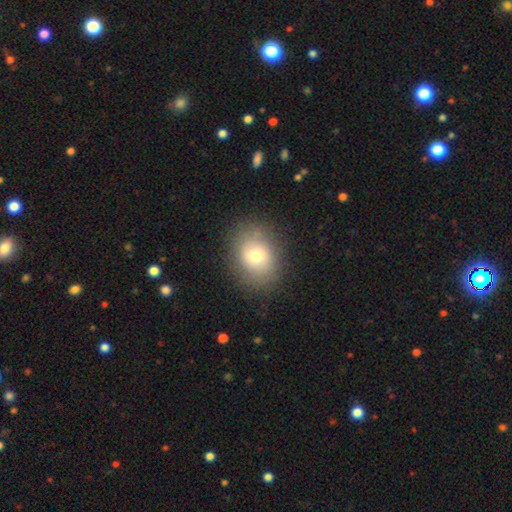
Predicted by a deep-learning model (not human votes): Morphology: type=smooth (71%); roundness=in between (54%); merging=none (83%).